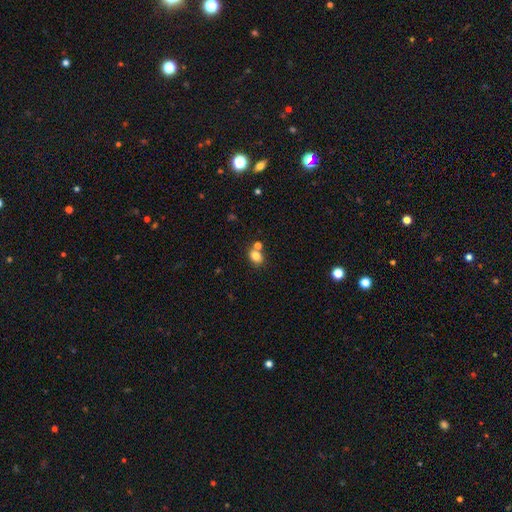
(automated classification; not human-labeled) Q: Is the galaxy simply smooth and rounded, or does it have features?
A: smooth — 80%.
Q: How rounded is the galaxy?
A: in between — 58%.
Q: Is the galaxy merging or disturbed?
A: none — 58%.